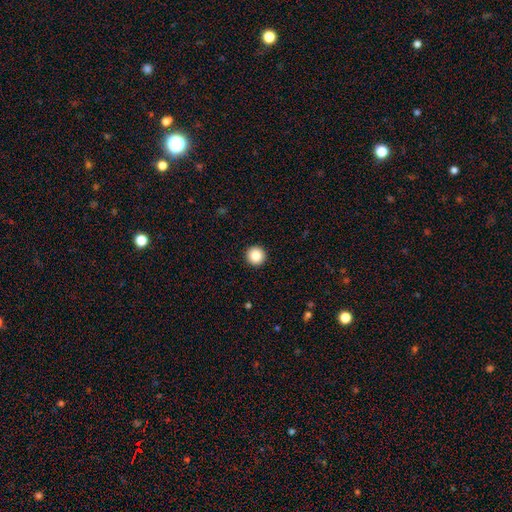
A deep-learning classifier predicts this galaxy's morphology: type=smooth (87%); roundness=round (96%); merging=none (94%).